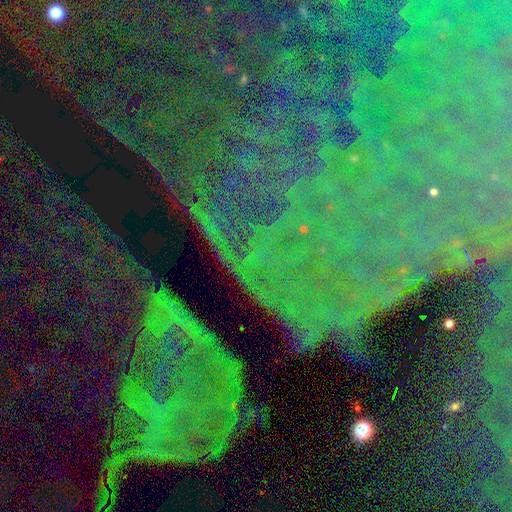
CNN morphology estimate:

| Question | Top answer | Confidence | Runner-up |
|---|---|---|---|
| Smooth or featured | star or artifact | 83% | featured or disk (9%) |